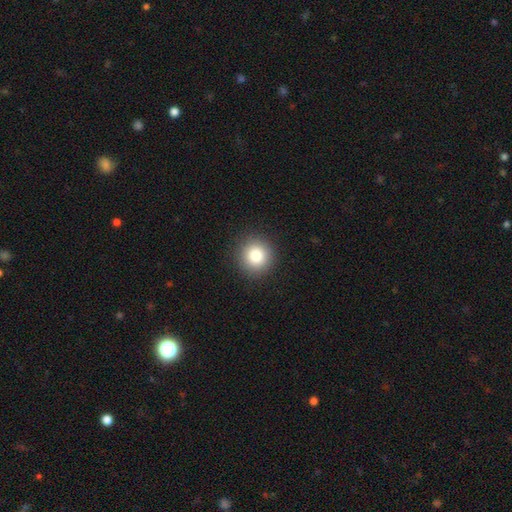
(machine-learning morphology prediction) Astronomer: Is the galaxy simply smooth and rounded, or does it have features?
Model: smooth — 83%.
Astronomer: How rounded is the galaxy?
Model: round — 93%.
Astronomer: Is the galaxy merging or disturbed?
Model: none — 91%.